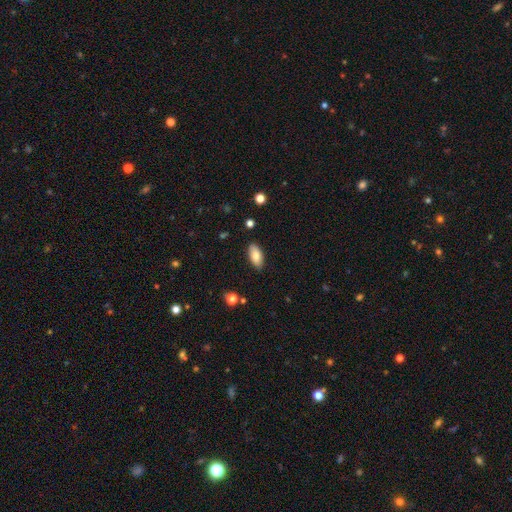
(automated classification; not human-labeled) Smooth or featured? smooth (82%)
How rounded? in between (91%)
Merging? none (87%)